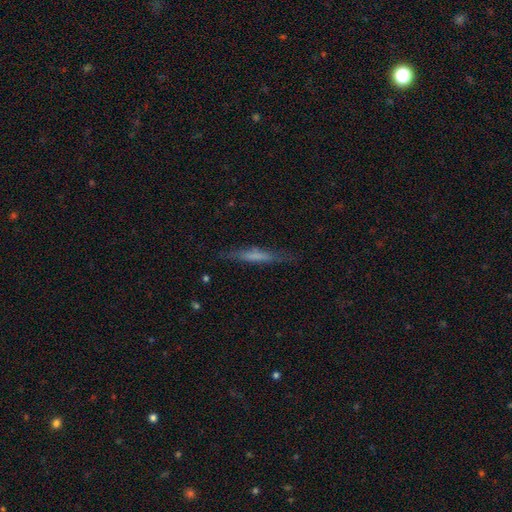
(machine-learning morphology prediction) This appears to be a smooth galaxy with no disk features (54%) that is cigar-shaped (91%). Merging: none (79%).